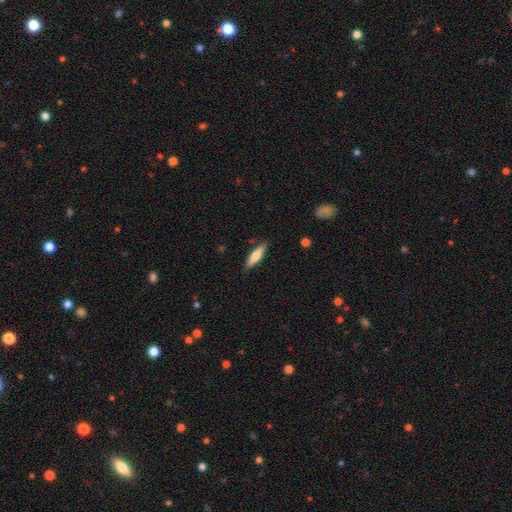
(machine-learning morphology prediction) Smooth or featured: smooth — 70% (featured or disk — 24%)
How rounded: cigar-shaped — 68% (in between — 30%)
Merging: none — 86% (minor disturbance — 10%)